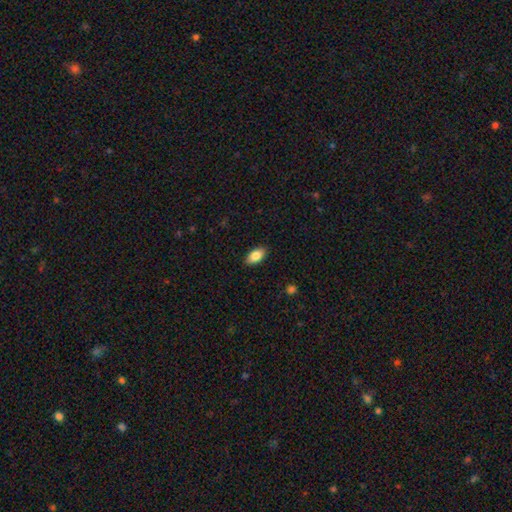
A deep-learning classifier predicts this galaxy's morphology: The model was most divided on "smooth or featured": smooth: 84%, featured or disk: 8%, star or artifact: 7%. More confident: how rounded — in between (92%); merging — none (88%).